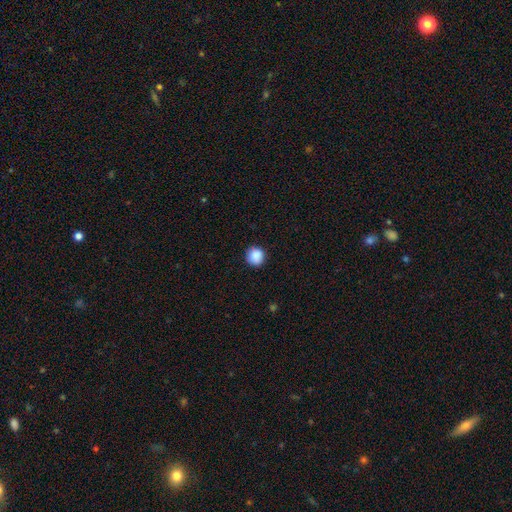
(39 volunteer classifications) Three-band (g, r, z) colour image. It shows a smooth galaxy with no disk features (92%) that is round (97%). Merging: none (97%).